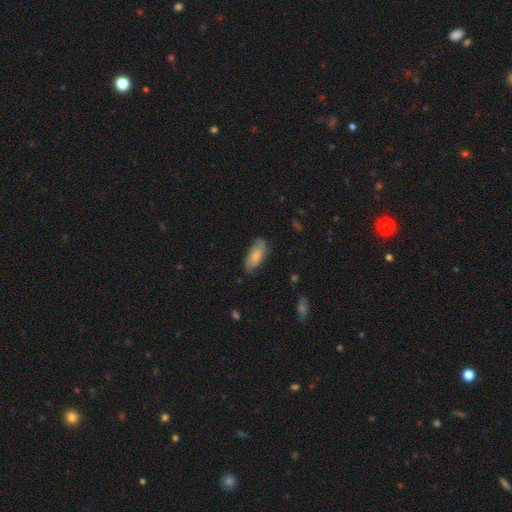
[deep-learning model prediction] Q: Smooth or featured?
A: smooth (74%); runner-up: featured or disk (20%)
Q: How rounded?
A: in between (82%); runner-up: cigar-shaped (16%)
Q: Merging?
A: none (69%); runner-up: minor disturbance (24%)